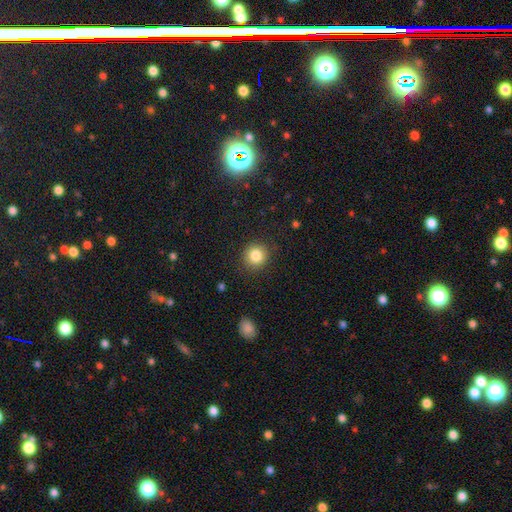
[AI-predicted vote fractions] This is clearly a smooth galaxy (83%). How rounded: clearly round (90%). Merging: clearly none (89%).